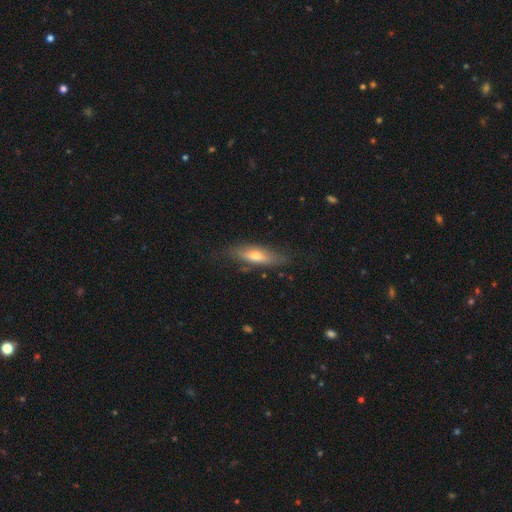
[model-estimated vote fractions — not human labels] smooth_or_featured: smooth (p=0.55) [alt: featured or disk p=0.39]
how_rounded: cigar-shaped (p=0.49) [alt: in between p=0.48]
merging: none (p=0.72) [alt: minor disturbance p=0.20]